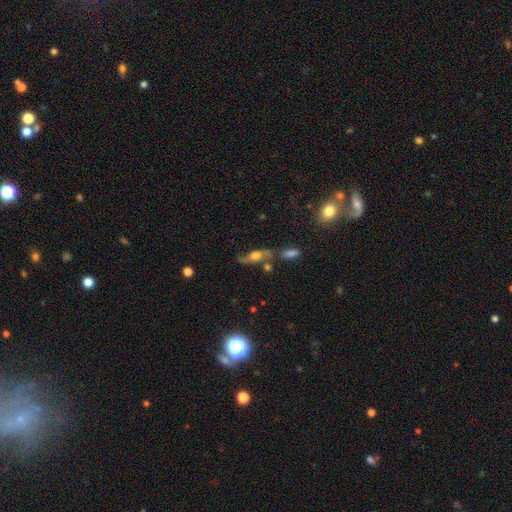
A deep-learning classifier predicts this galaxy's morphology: A featured or disk galaxy (60%).

Vote fractions:
- Smooth or featured? featured or disk: 60% / smooth: 31% / star or artifact: 9%
- Edge-on disk? no: 67% / yes: 33%
- Merging? none: 57% / minor disturbance: 20% / merger: 14% / major disturbance: 10%